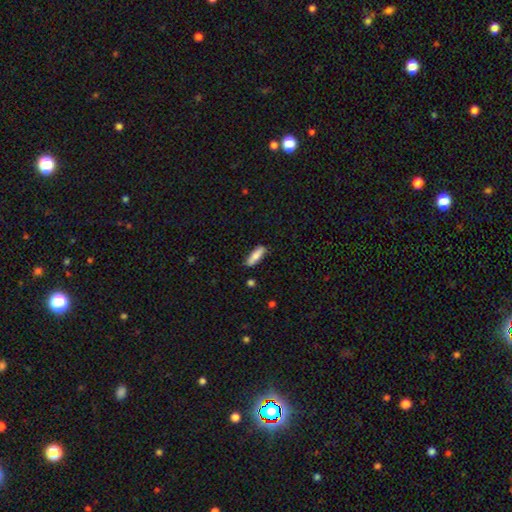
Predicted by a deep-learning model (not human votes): Smooth or featured?
  - smooth: 83% *
  - featured or disk: 11%
  - star or artifact: 6%
How rounded?
  - cigar-shaped: 51% *
  - in between: 47%
  - round: 2%
Merging?
  - none: 84% *
  - minor disturbance: 12%
  - major disturbance: 2%
  - merger: 2%